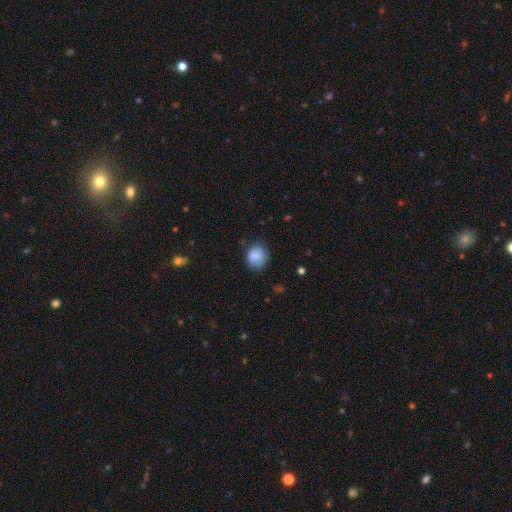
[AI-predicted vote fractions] smooth-or-featured: smooth: 85% | star or artifact: 8% | featured or disk: 7%
  how-rounded: round: 73% | in between: 26% | cigar-shaped: 1%
  merging: none: 72% | minor disturbance: 22% | major disturbance: 5% | merger: 1%